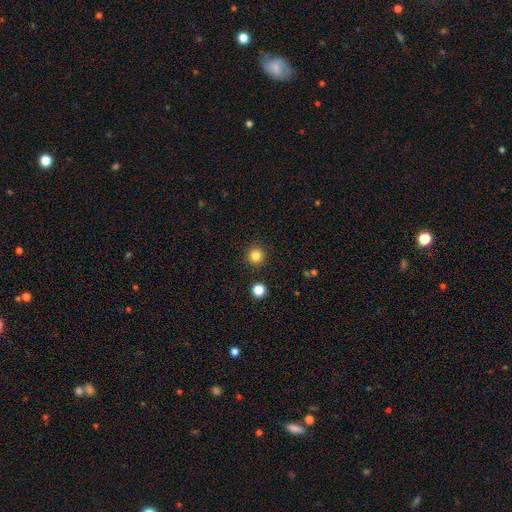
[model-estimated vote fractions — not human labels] smooth_or_featured: smooth (p=0.83) [alt: star or artifact p=0.13]
how_rounded: round (p=0.95) [alt: in between p=0.04]
merging: none (p=0.92) [alt: minor disturbance p=0.05]